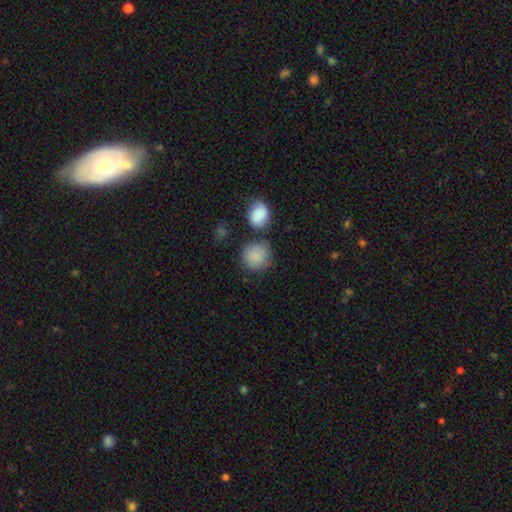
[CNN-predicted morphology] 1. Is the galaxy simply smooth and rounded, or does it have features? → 87% smooth, 8% star or artifact, 5% featured or disk.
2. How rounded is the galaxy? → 87% round, 12% in between, 1% cigar-shaped.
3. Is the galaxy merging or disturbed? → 67% none, 14% minor disturbance, 13% merger, 5% major disturbance.